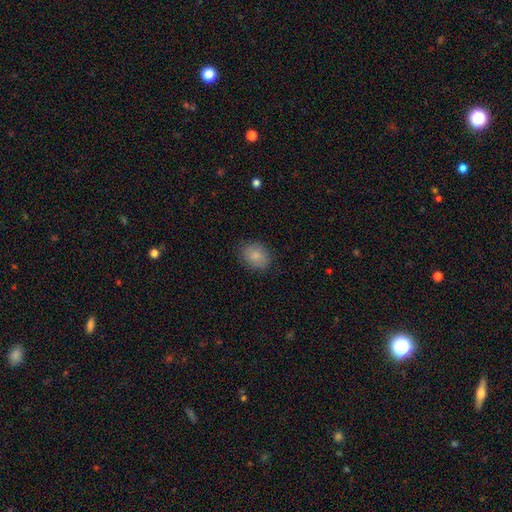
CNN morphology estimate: The model was most divided on "how rounded": in between: 52%, round: 47%, cigar-shaped: 1%. More confident: smooth or featured — smooth (85%); merging — none (84%).